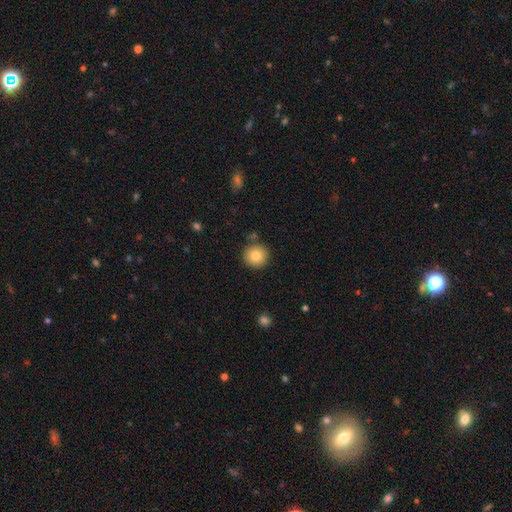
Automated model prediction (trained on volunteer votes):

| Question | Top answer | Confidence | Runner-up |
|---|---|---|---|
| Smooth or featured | smooth | 82% | star or artifact (10%) |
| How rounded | round | 95% | in between (4%) |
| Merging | none | 87% | minor disturbance (7%) |